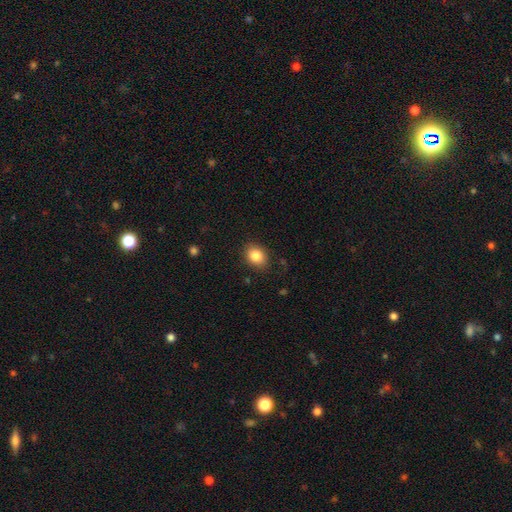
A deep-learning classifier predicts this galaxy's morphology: Q: Smooth or featured?
A: smooth (84%); runner-up: star or artifact (9%)
Q: How rounded?
A: in between (54%); runner-up: round (45%)
Q: Merging?
A: none (86%); runner-up: minor disturbance (10%)